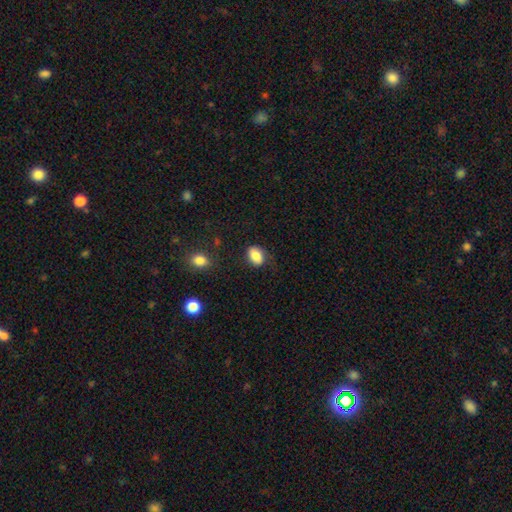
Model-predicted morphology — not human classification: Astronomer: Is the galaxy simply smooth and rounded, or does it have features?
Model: smooth — 82%.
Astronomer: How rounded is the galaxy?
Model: in between — 76%.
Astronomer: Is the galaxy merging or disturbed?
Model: none — 75%.